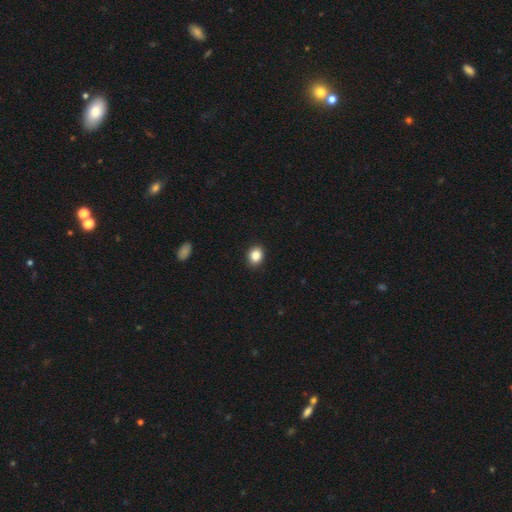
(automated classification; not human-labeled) Smooth or featured? smooth (86%)
How rounded? round (55%)
Merging? none (91%)